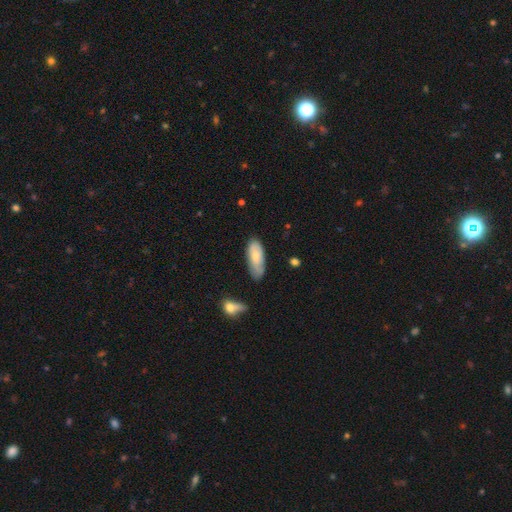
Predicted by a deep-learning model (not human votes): This is likely a smooth galaxy (71%). How rounded: likely in between (80%). Merging: likely none (63%).